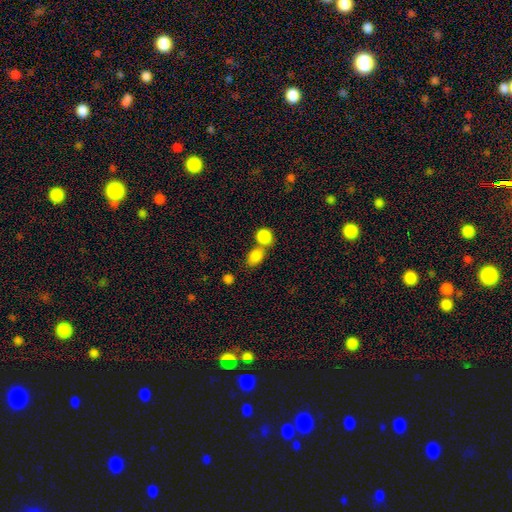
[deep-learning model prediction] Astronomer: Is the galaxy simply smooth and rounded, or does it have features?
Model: smooth — 85%.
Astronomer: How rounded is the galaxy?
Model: in between — 64%.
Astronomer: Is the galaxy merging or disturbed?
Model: none — 44%, tied with merger at 44%.